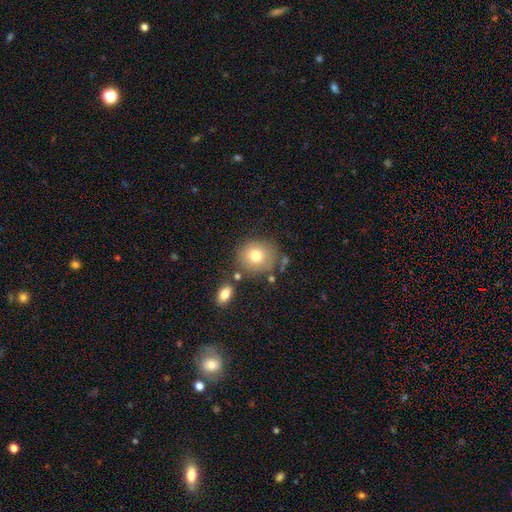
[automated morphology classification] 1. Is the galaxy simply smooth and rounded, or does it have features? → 76% smooth, 14% featured or disk, 10% star or artifact.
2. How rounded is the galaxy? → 84% round, 15% in between, 1% cigar-shaped.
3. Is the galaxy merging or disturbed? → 73% none, 14% minor disturbance, 9% merger, 5% major disturbance.